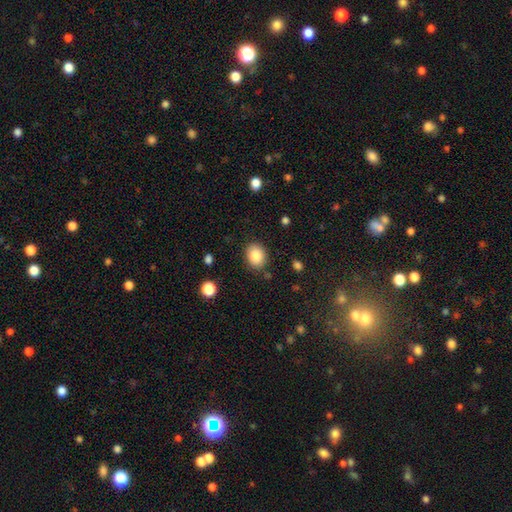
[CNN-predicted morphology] Smooth or featured? Predicted: smooth (p=0.86). How rounded? Predicted: round (p=0.51). Merging? Predicted: none (p=0.85).